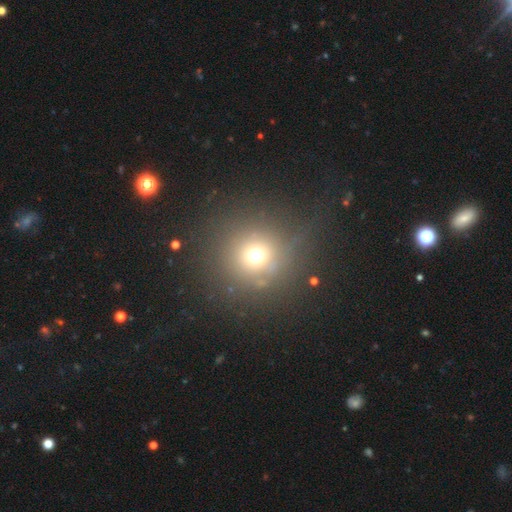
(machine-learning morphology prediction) type=smooth (66%); roundness=round (93%); merging=none (79%).